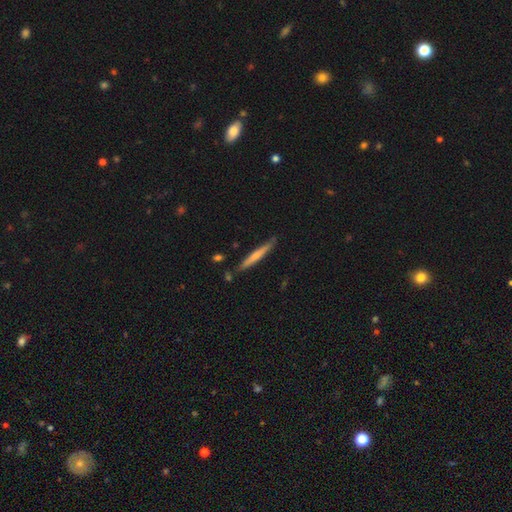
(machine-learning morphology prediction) Q: Smooth or featured?
A: smooth (53%); runner-up: featured or disk (41%)
Q: How rounded?
A: cigar-shaped (96%); runner-up: in between (3%)
Q: Merging?
A: none (83%); runner-up: minor disturbance (12%)